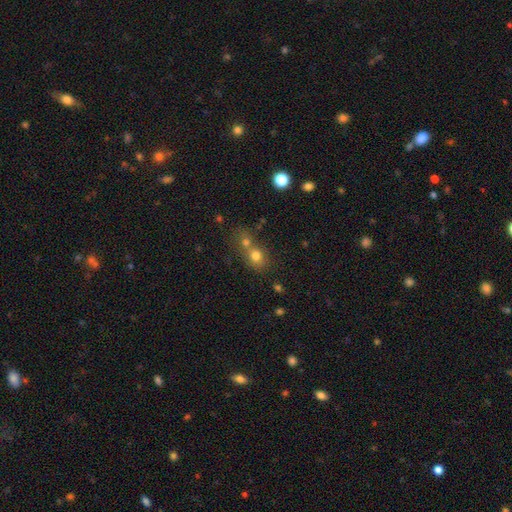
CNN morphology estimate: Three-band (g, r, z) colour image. It shows a smooth galaxy with no disk features (74%) that is round (69%). Merging: merger (57%).